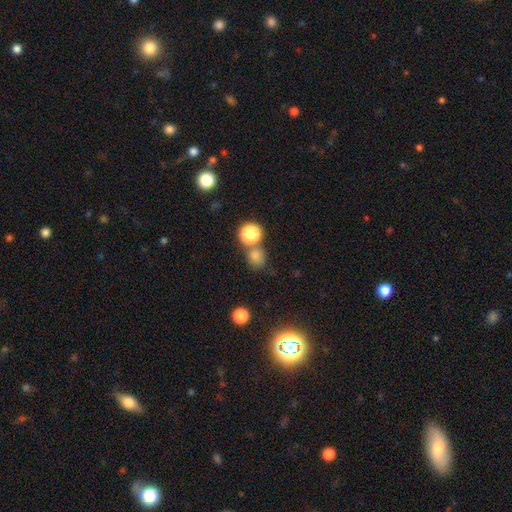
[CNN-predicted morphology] Smooth or featured: smooth — 75% (star or artifact — 18%)
How rounded: round — 76% (in between — 23%)
Merging: none — 59% (merger — 26%)